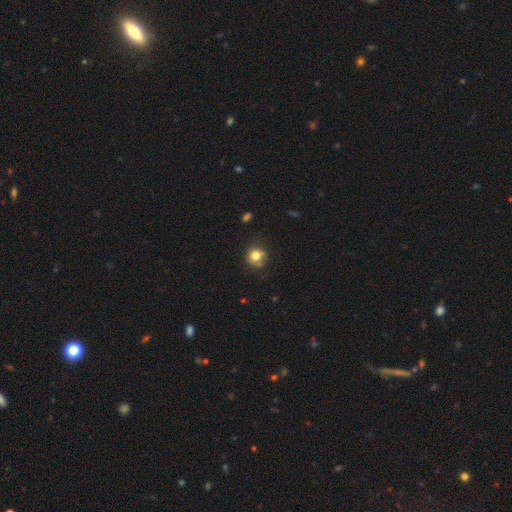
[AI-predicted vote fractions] Smooth or featured: smooth — 79% (star or artifact — 11%)
How rounded: round — 82% (in between — 17%)
Merging: none — 70% (minor disturbance — 21%)